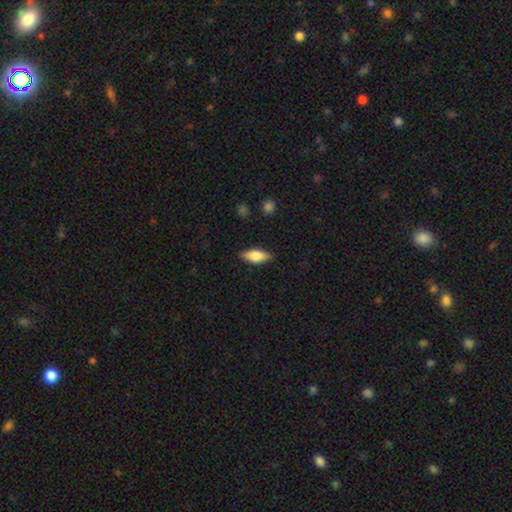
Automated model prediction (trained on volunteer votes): Morphology: type=smooth (74%); roundness=in between (79%); merging=none (86%).